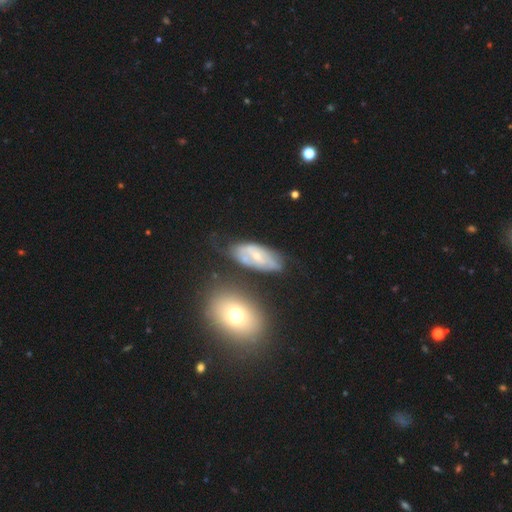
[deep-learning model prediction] Morphology: type=featured or disk (64%); edge-on=no (91%); bar=no (49%); spiral arms=yes (61%); bulge=small (64%); merging=none (57%).